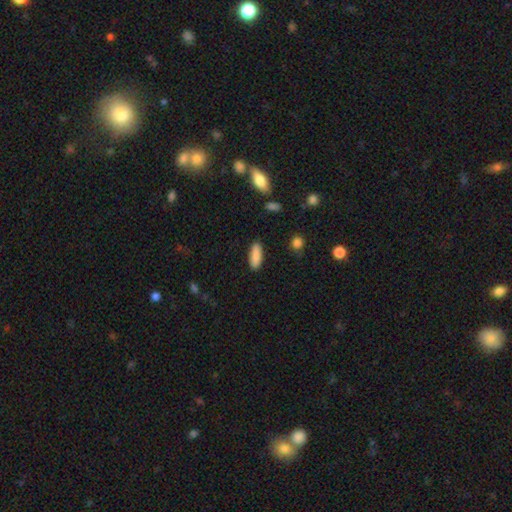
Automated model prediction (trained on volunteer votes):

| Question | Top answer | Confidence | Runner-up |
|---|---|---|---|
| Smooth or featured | smooth | 88% | star or artifact (6%) |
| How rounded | in between | 65% | cigar-shaped (33%) |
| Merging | none | 89% | minor disturbance (8%) |